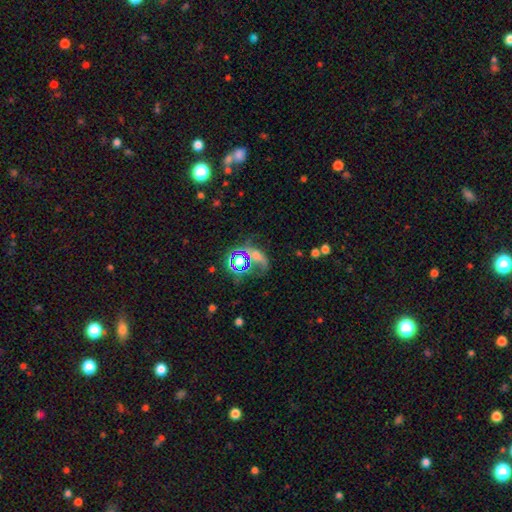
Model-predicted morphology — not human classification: A star or artifact, not a galaxy (39%).